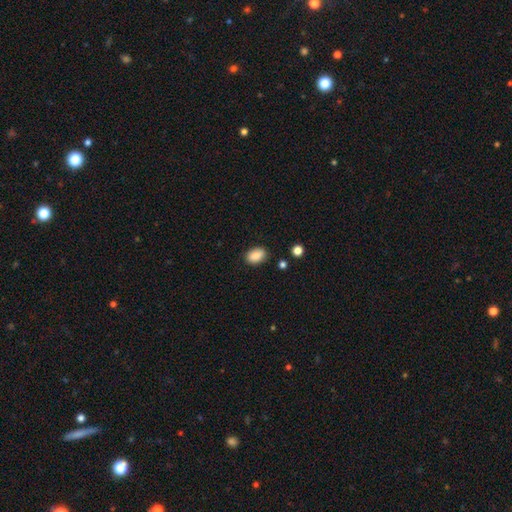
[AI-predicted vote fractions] smooth 88%, star or artifact 8%, featured or disk 4%. Down the decision tree: how rounded — in between (86%); merging — none (85%).